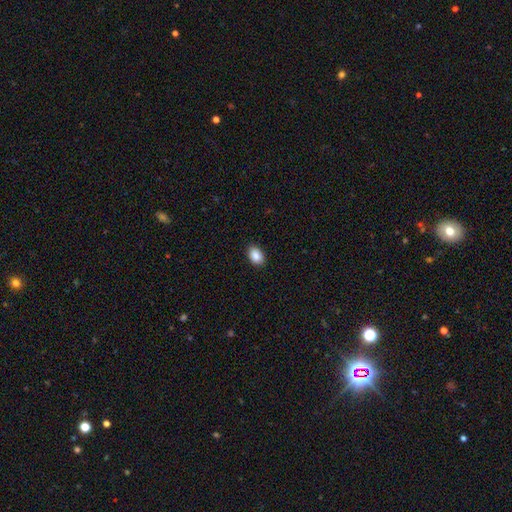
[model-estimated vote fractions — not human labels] Morphology: type=smooth (88%); roundness=in between (85%); merging=none (89%).